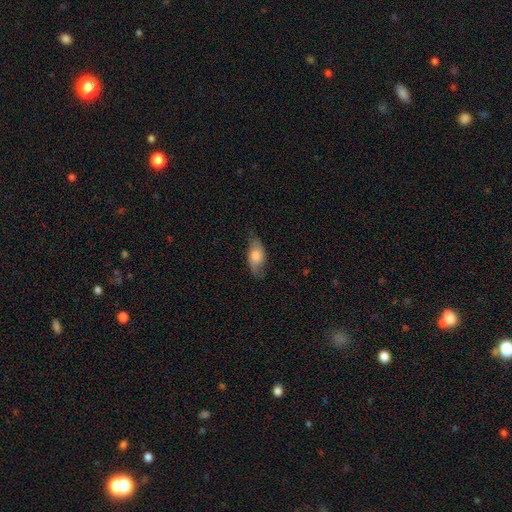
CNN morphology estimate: Smooth or featured? smooth (67%)
How rounded? in between (86%)
Merging? none (69%)